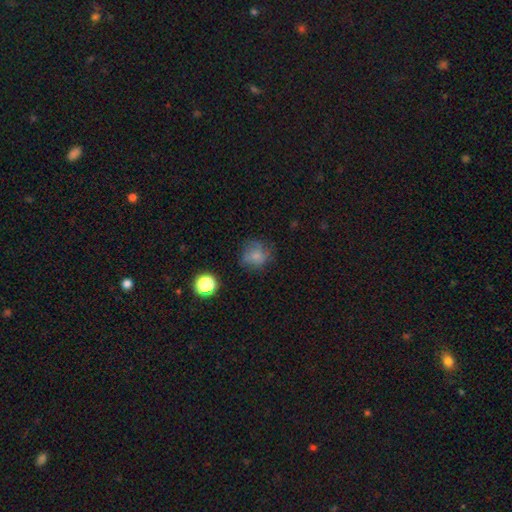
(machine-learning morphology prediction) The model was most divided on "merging": none: 62%, minor disturbance: 24%, major disturbance: 12%, merger: 2%. More confident: how rounded — round (80%); smooth or featured — smooth (73%).